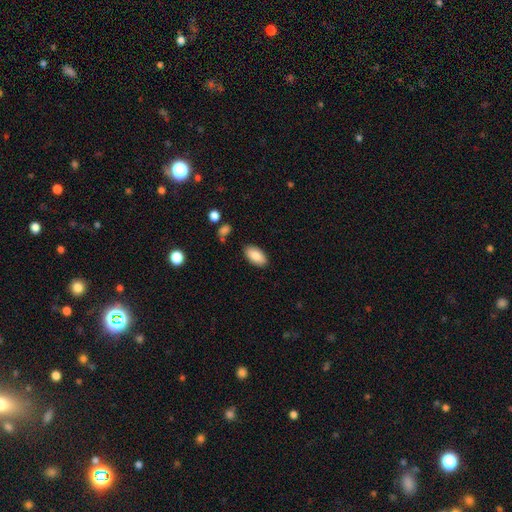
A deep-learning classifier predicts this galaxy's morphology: type=smooth (84%); roundness=in between (94%); merging=none (86%).